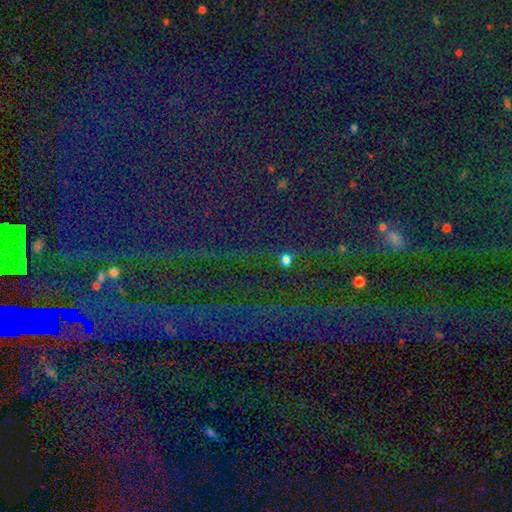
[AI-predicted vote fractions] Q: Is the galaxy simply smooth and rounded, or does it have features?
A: star or artifact — 83%.